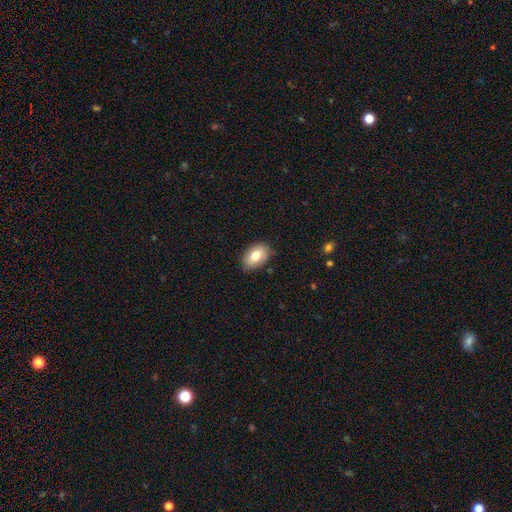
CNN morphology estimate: Overall: smooth (79%). How rounded: in between (86%). Merging: none (83%).